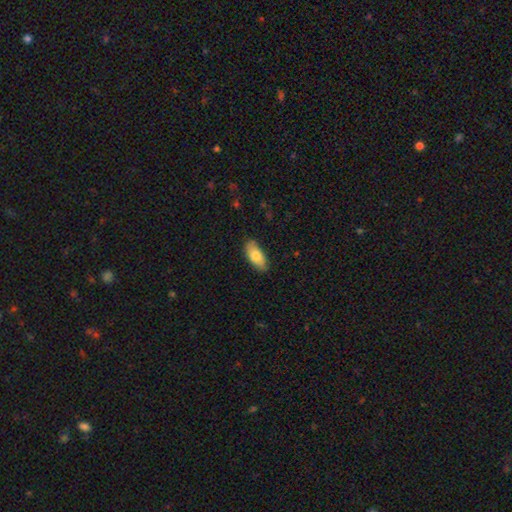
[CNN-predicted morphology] The model was most divided on "smooth or featured": smooth: 79%, featured or disk: 15%, star or artifact: 6%. More confident: how rounded — in between (89%); merging — none (85%).